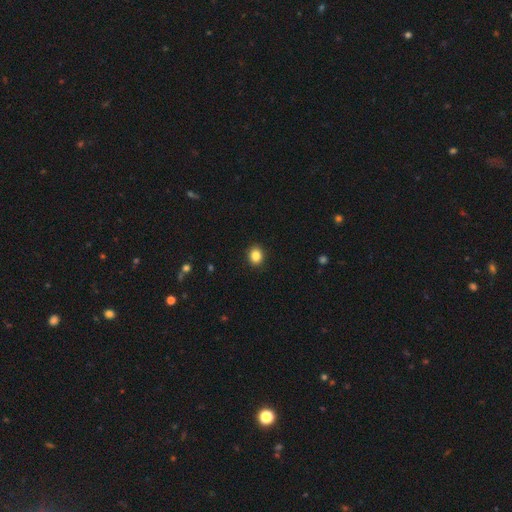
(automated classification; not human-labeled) Q: Smooth or featured?
A: smooth (85%); runner-up: star or artifact (10%)
Q: How rounded?
A: round (65%); runner-up: in between (34%)
Q: Merging?
A: none (91%); runner-up: minor disturbance (6%)